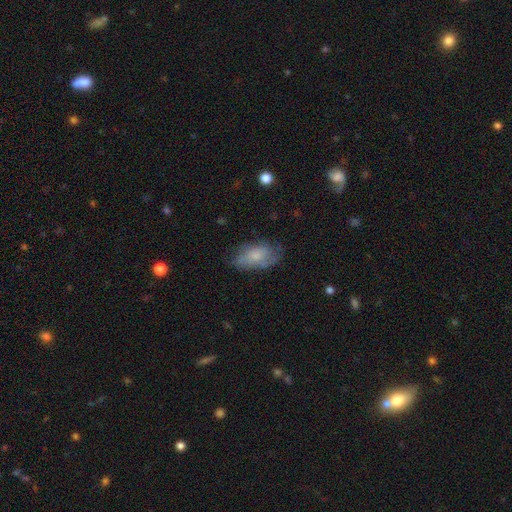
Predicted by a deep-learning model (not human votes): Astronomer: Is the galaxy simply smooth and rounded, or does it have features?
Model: smooth — 58% (runner-up: featured or disk, 35%).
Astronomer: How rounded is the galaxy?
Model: in between — 91%.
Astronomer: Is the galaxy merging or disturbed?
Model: none — 59%.